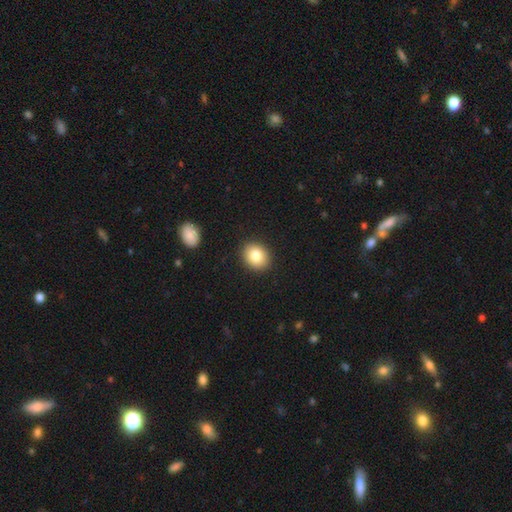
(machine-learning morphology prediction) smooth 81%, featured or disk 10%, star or artifact 9%. Down the decision tree: how rounded — round (63%); merging — none (91%).